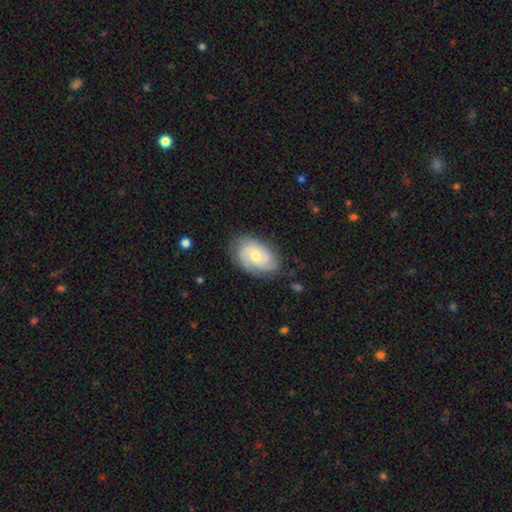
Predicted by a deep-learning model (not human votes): Overall: featured or disk (76%). Edge-on disk: no (97%). Bar: no (70%). Spiral arms: yes (95%). Spiral arm count: 3 (35%; 2 28%). Spiral winding: tight (54%; medium 36%). Bulge size: moderate (50%; small 46%). Merging: none (78%).